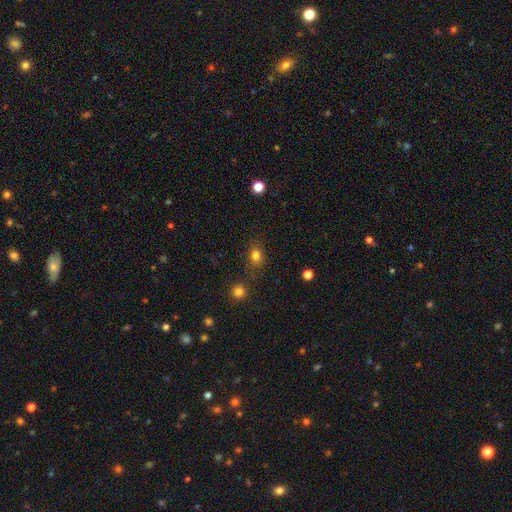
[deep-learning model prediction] A smooth galaxy with no disk features (80%) that is in between round and cigar-shaped (51%).

Vote fractions:
- Smooth or featured? smooth: 80% / star or artifact: 14% / featured or disk: 6%
- How rounded? in between: 51% / round: 47% / cigar-shaped: 2%
- Merging? none: 77% / minor disturbance: 13% / merger: 5% / major disturbance: 5%